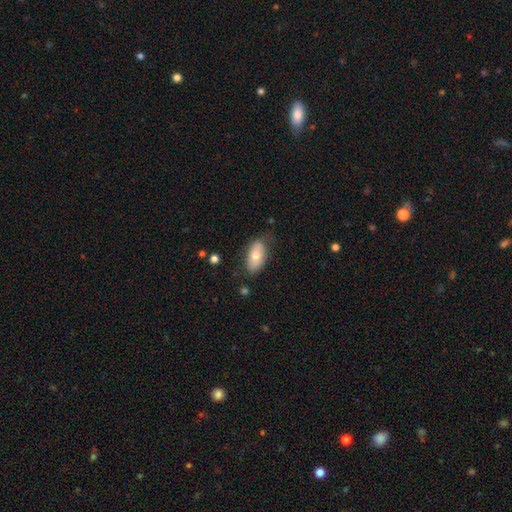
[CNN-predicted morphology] smooth-or-featured: smooth: 69% | featured or disk: 24% | star or artifact: 6%
  how-rounded: in between: 92% | cigar-shaped: 4% | round: 3%
  merging: none: 72% | minor disturbance: 22% | major disturbance: 5% | merger: 2%